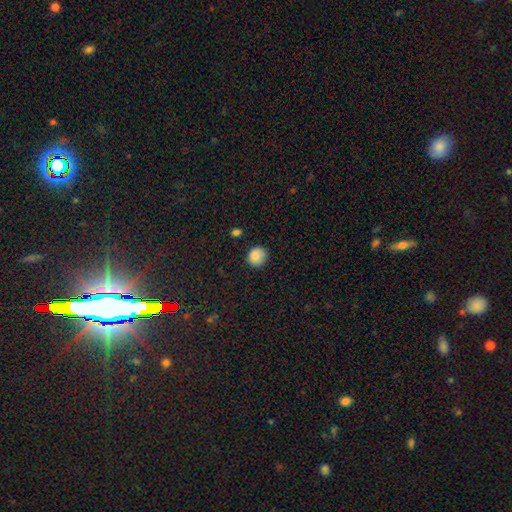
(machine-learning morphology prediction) Q: Smooth or featured?
A: smooth (86%); runner-up: star or artifact (9%)
Q: How rounded?
A: round (88%); runner-up: in between (11%)
Q: Merging?
A: none (86%); runner-up: minor disturbance (10%)